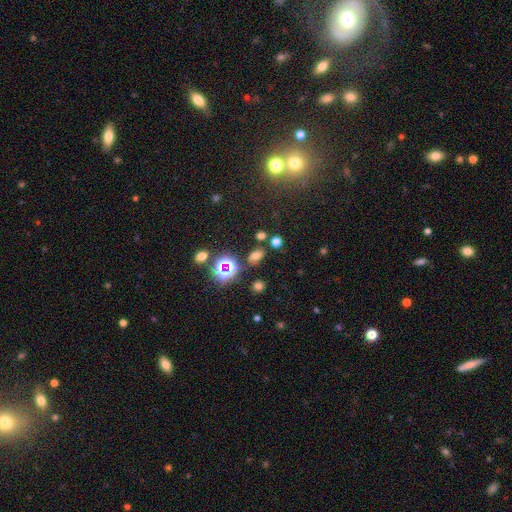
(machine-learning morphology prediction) Q: Smooth or featured?
A: smooth (60%); runner-up: star or artifact (31%)
Q: How rounded?
A: in between (75%); runner-up: round (23%)
Q: Merging?
A: none (79%); runner-up: minor disturbance (11%)